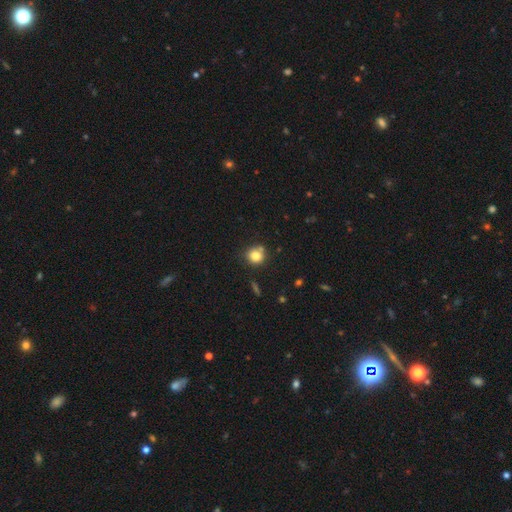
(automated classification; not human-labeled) Smooth or featured: smooth — 81% (star or artifact — 11%)
How rounded: round — 88% (in between — 11%)
Merging: none — 70% (minor disturbance — 14%)